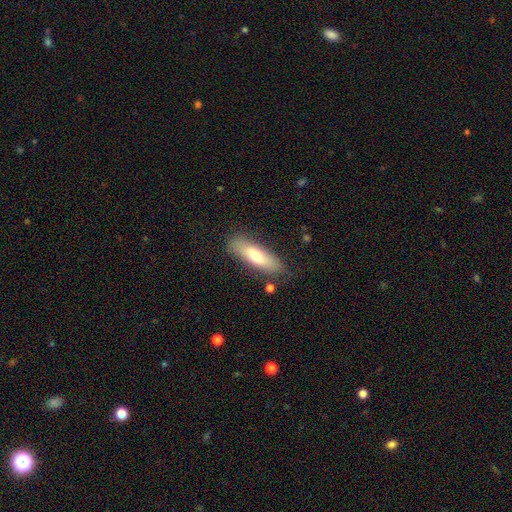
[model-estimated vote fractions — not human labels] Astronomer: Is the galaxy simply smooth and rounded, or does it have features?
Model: smooth — 71%.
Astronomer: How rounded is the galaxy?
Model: cigar-shaped — 52% (runner-up: in between, 46%).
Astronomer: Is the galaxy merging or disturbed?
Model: none — 80%.